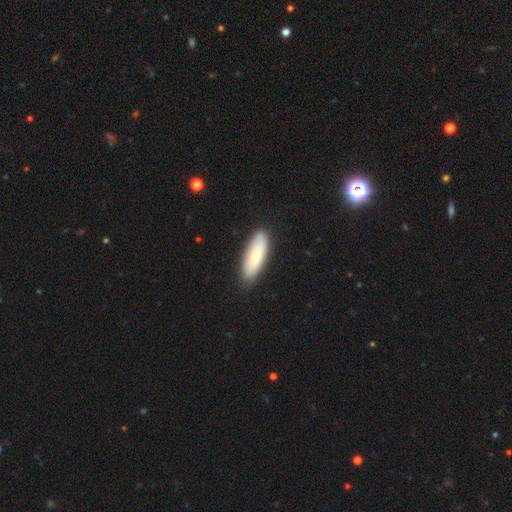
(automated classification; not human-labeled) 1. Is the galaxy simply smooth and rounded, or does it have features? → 70% smooth, 24% featured or disk, 6% star or artifact.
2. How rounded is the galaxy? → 72% in between, 25% cigar-shaped, 2% round.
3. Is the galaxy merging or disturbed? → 85% none, 12% minor disturbance, 2% major disturbance, 1% merger.